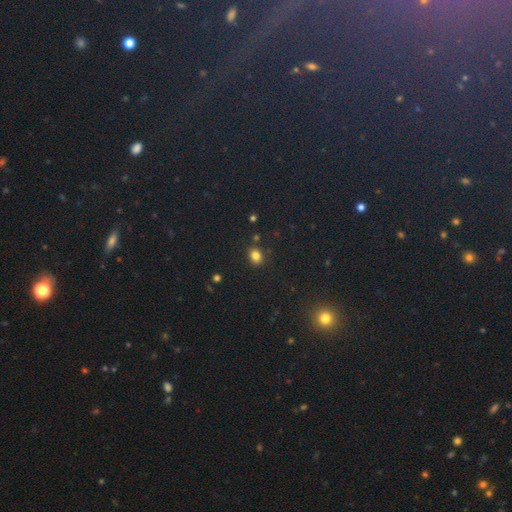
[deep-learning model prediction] A smooth galaxy with no disk features (81%) that is in between round and cigar-shaped (53%).

Vote fractions:
- Smooth or featured? smooth: 81% / star or artifact: 14% / featured or disk: 5%
- How rounded? in between: 53% / round: 46% / cigar-shaped: 1%
- Merging? none: 84% / minor disturbance: 10% / merger: 3% / major disturbance: 3%